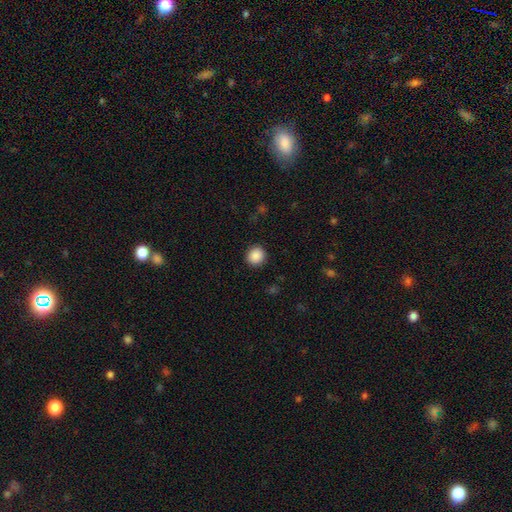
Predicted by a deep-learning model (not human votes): Morphology: type=smooth (89%); roundness=round (87%); merging=none (90%).